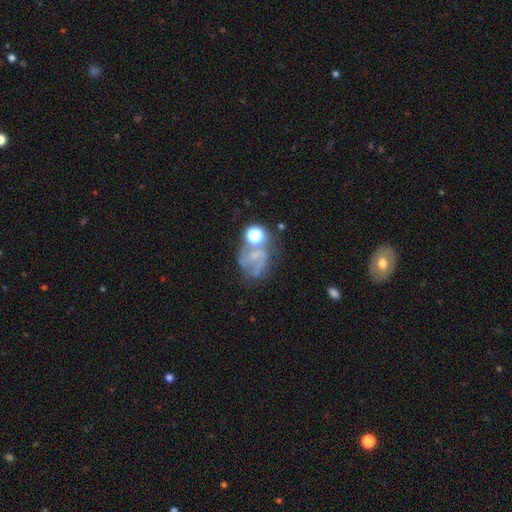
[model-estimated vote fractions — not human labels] A featured or disk galaxy (48%). Merging: none (35%).